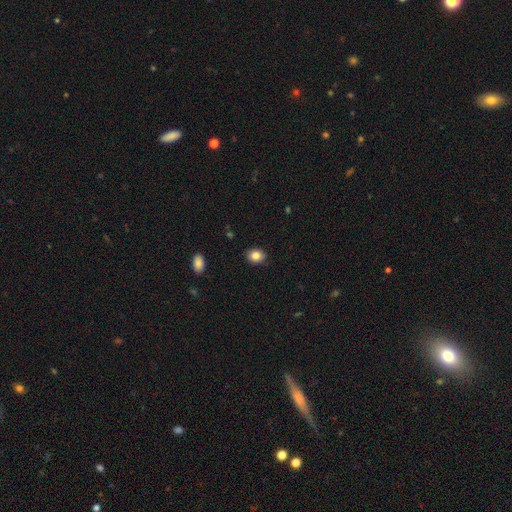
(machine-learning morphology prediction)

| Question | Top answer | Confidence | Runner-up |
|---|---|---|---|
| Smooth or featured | smooth | 84% | star or artifact (10%) |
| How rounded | round | 56% | in between (43%) |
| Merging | none | 89% | minor disturbance (8%) |